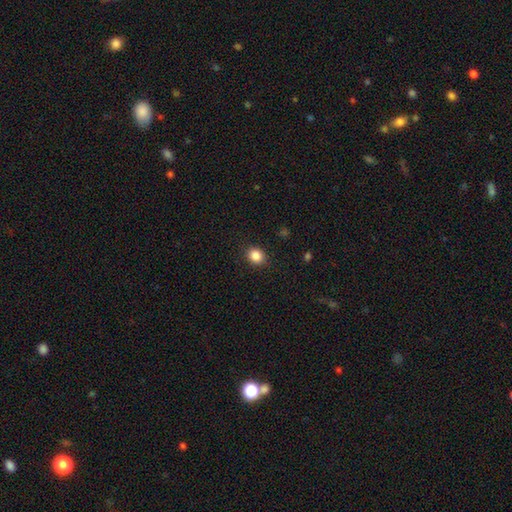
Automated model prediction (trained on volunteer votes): Smooth or featured? smooth (86%)
How rounded? round (68%)
Merging? none (89%)